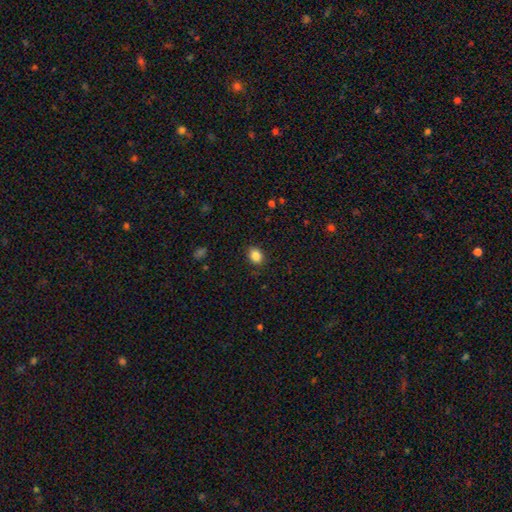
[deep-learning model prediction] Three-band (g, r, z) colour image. It shows a smooth galaxy with no disk features (86%) that is in between round and cigar-shaped (53%). Merging: none (87%).